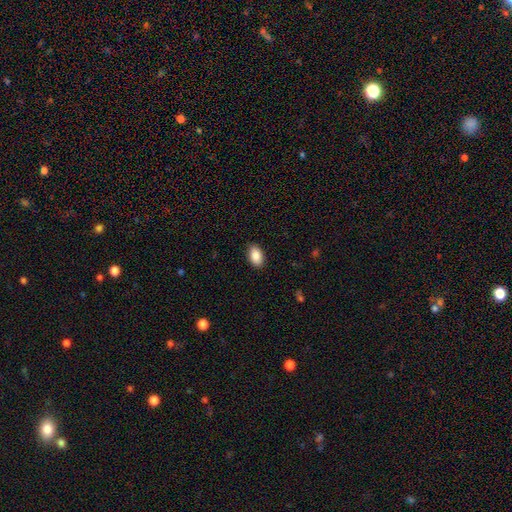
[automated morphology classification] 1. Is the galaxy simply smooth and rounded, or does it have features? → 89% smooth, 7% star or artifact, 5% featured or disk.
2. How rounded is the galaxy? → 93% in between, 5% round, 2% cigar-shaped.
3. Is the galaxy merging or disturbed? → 89% none, 8% minor disturbance, 2% major disturbance, 1% merger.